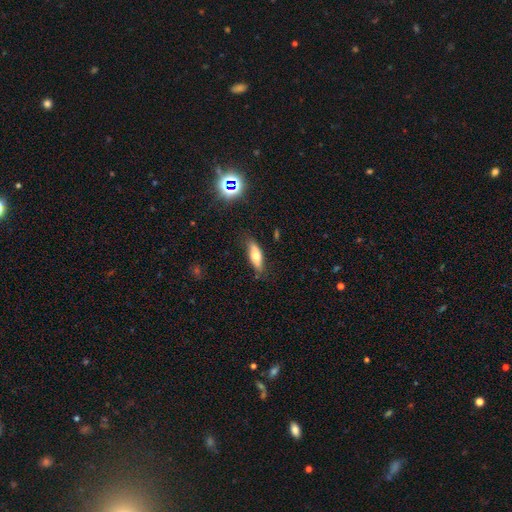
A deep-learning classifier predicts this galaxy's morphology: This appears to be a smooth galaxy with no disk features (64%) that is in between round and cigar-shaped (67%). Merging: none (78%).